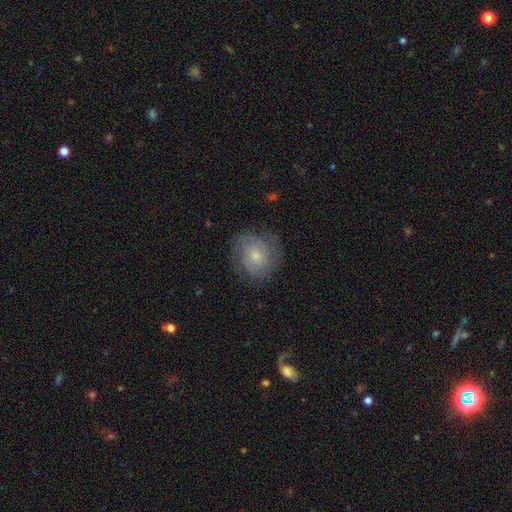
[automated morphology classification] smooth-or-featured: featured or disk: 49% | smooth: 43% | star or artifact: 8%
  merging: none: 74% | minor disturbance: 17% | major disturbance: 7% | merger: 1%